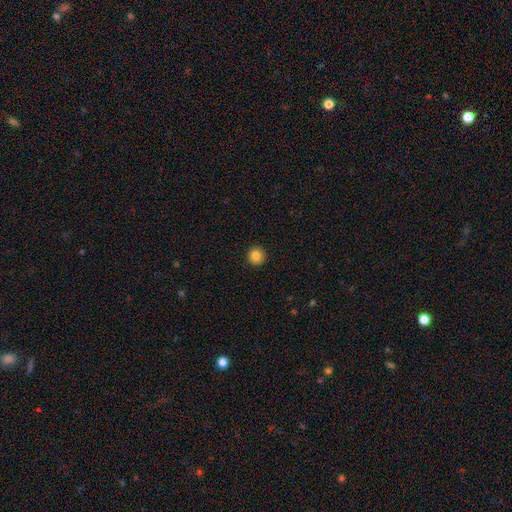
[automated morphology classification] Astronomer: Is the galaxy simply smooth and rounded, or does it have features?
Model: smooth — 84%.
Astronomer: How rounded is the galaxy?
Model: round — 95%.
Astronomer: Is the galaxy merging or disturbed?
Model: none — 94%.